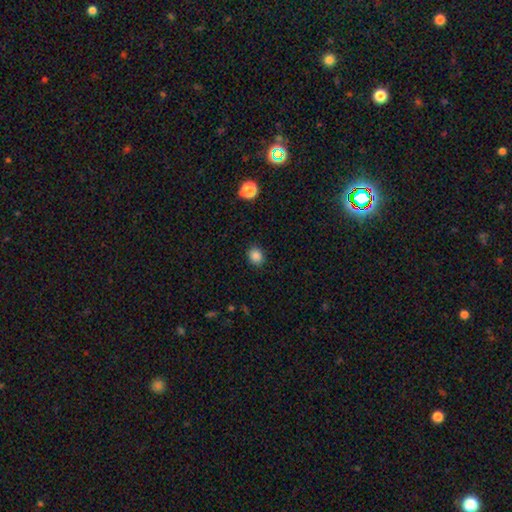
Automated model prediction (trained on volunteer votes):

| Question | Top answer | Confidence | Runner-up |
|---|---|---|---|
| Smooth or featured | smooth | 85% | star or artifact (11%) |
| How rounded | round | 70% | in between (29%) |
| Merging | none | 89% | minor disturbance (8%) |